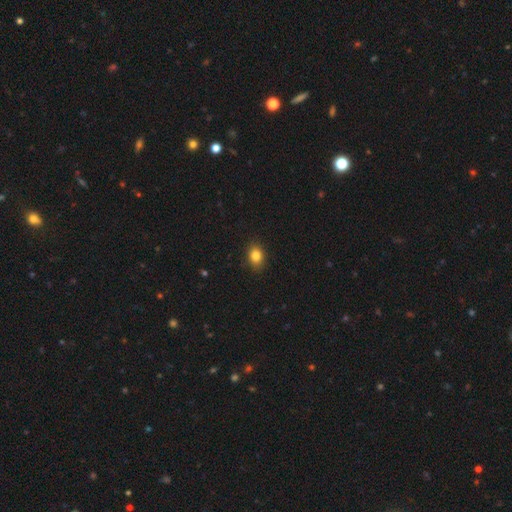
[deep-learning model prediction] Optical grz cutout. It shows a smooth galaxy with no disk features (84%) that is in between round and cigar-shaped (64%). Merging: none (87%).